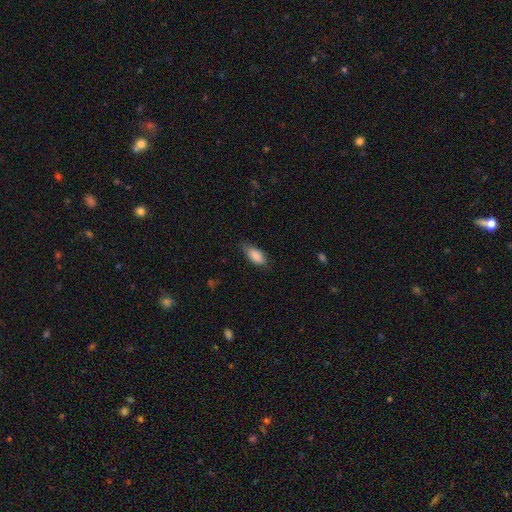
Smooth or featured? 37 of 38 (97%) said smooth. How rounded? 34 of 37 (92%) said in between. Merging? 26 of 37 (70%) said none.